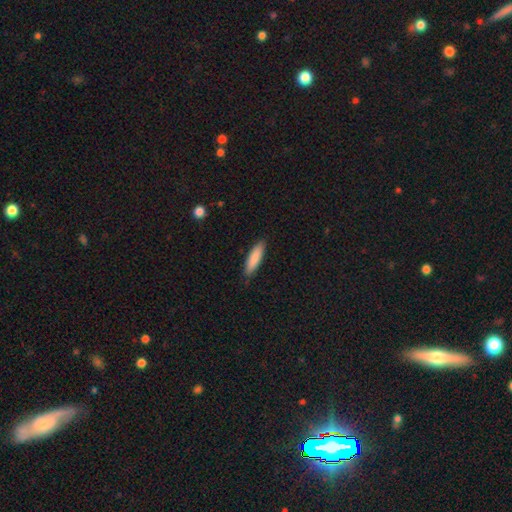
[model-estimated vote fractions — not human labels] smooth_or_featured: smooth (p=0.85) [alt: featured or disk p=0.09]
how_rounded: cigar-shaped (p=0.75) [alt: in between p=0.24]
merging: none (p=0.88) [alt: minor disturbance p=0.10]